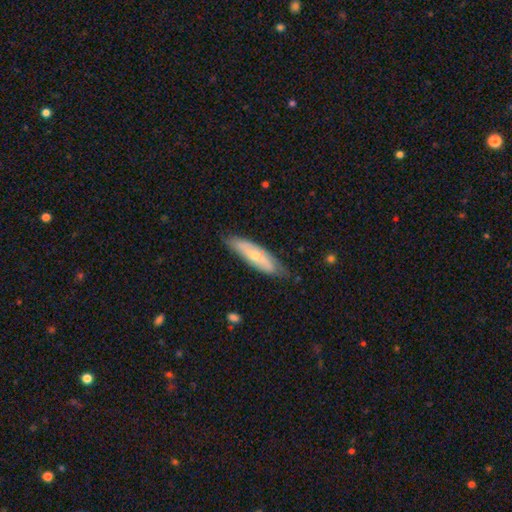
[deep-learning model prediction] Smooth or featured? featured or disk (50%)
Merging? none (75%)